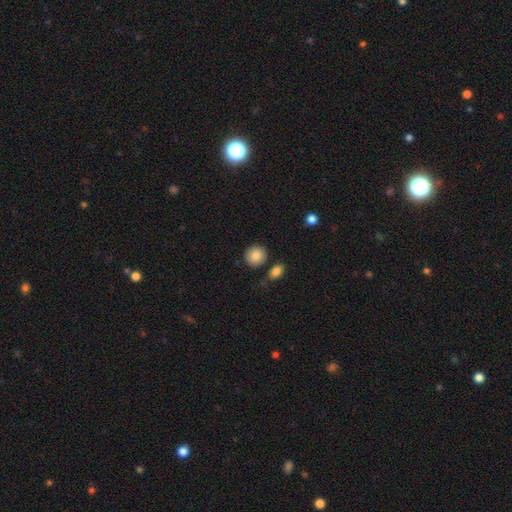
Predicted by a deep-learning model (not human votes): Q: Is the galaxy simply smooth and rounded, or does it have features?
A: smooth — 86%.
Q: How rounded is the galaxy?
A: round — 87%.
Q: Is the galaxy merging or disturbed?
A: none — 82%.